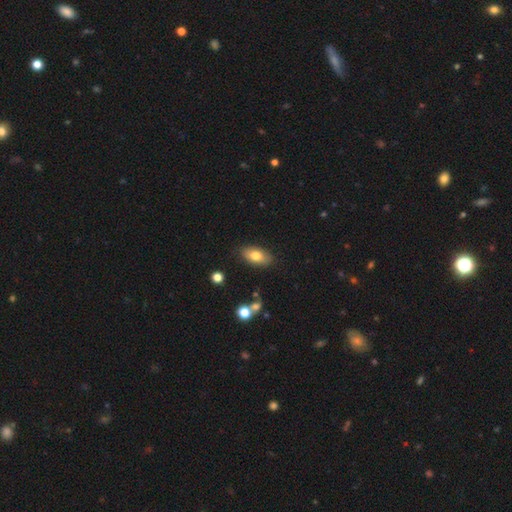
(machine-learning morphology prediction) A smooth galaxy with no disk features (77%) that is in between round and cigar-shaped (90%).

Vote fractions:
- Smooth or featured? smooth: 77% / featured or disk: 15% / star or artifact: 7%
- How rounded? in between: 90% / cigar-shaped: 5% / round: 4%
- Merging? none: 84% / minor disturbance: 11% / major disturbance: 3% / merger: 2%